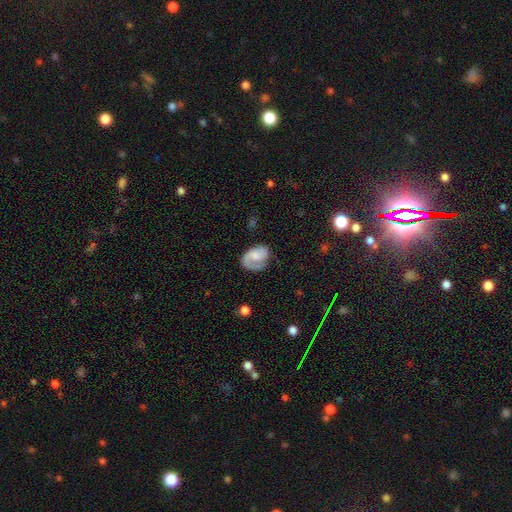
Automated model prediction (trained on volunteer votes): smooth_or_featured: featured or disk (p=0.63) [alt: smooth p=0.30]
disk_edge_on: no (p=0.97) [alt: yes p=0.03]
bar: no (p=0.62) [alt: weak p=0.32]
has_spiral_arms: yes (p=0.89) [alt: no p=0.11]
spiral_winding: medium (p=0.39) [alt: tight p=0.38]
spiral_arm_count: 1 (p=0.57) [alt: 2 p=0.32]
bulge_size: small (p=0.37) [alt: moderate p=0.31]
merging: none (p=0.57) [alt: minor disturbance p=0.23]